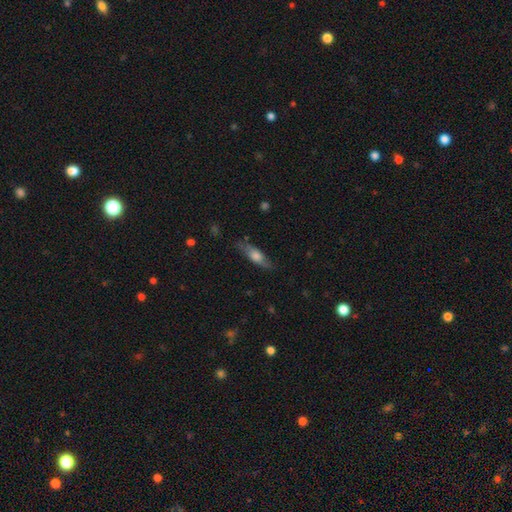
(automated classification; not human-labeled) Overall: smooth (57%; featured or disk 37%). How rounded: cigar-shaped (52%; in between 45%). Merging: none (76%).